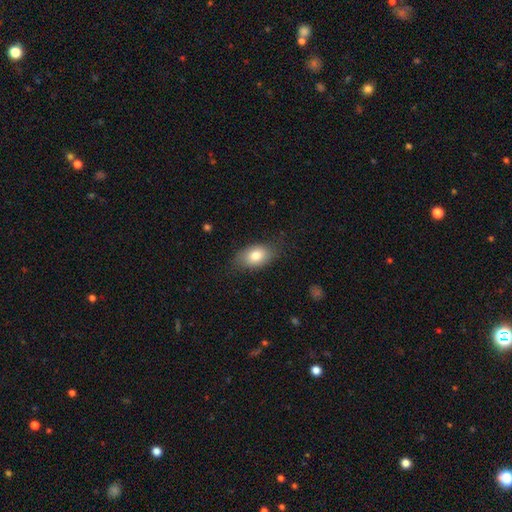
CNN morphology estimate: The model was most divided on "merging": none: 75%, minor disturbance: 19%, major disturbance: 5%, merger: 1%. More confident: how rounded — in between (84%); smooth or featured — smooth (79%).